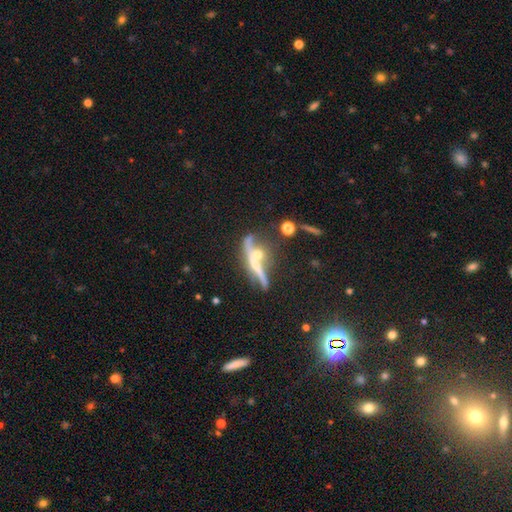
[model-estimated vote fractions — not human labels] smooth-or-featured: featured or disk: 64% | smooth: 22% | star or artifact: 14%
  disk-edge-on: yes: 78% | no: 22%
  merging: none: 49% | merger: 24% | minor disturbance: 16% | major disturbance: 10%